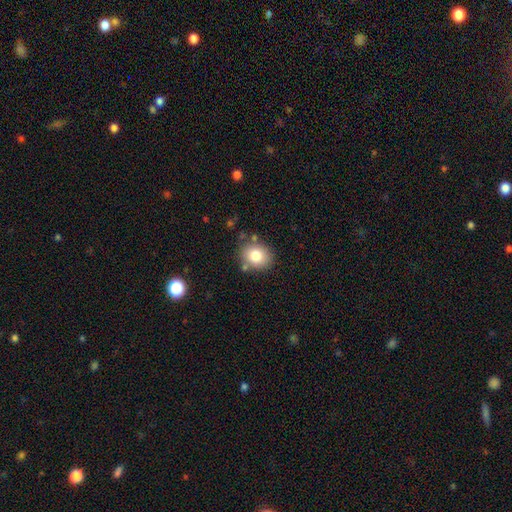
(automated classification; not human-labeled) smooth_or_featured: smooth (p=0.81) [alt: star or artifact p=0.10]
how_rounded: round (p=0.64) [alt: in between p=0.35]
merging: none (p=0.79) [alt: minor disturbance p=0.12]